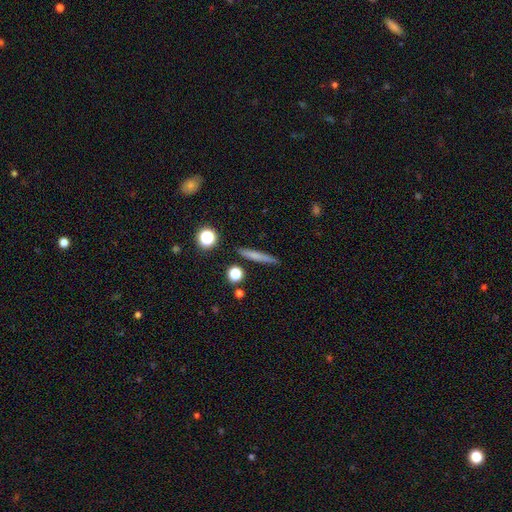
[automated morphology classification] Smooth or featured?
  - smooth: 67% *
  - featured or disk: 24%
  - star or artifact: 9%
How rounded?
  - cigar-shaped: 91% *
  - in between: 5%
  - round: 4%
Merging?
  - none: 88% *
  - minor disturbance: 8%
  - merger: 2%
  - major disturbance: 2%